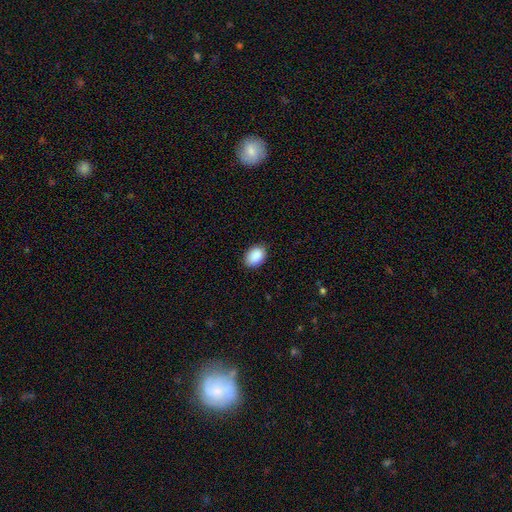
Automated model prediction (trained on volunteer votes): A smooth galaxy with no disk features (90%) that is in between round and cigar-shaped (82%). Merging: none (86%).